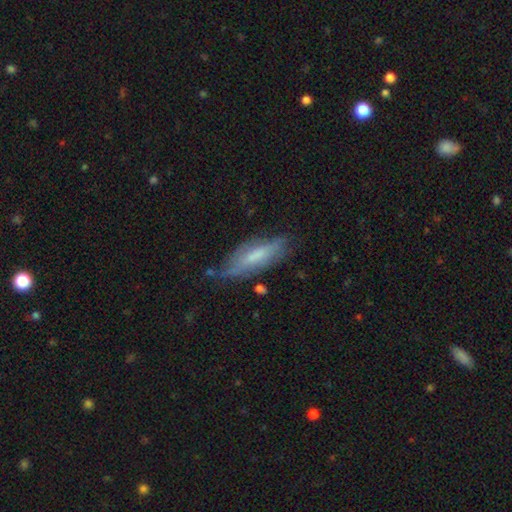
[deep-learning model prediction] smooth 52%, featured or disk 41%, star or artifact 7%. Down the decision tree: how rounded — cigar-shaped (55%); merging — none (62%).